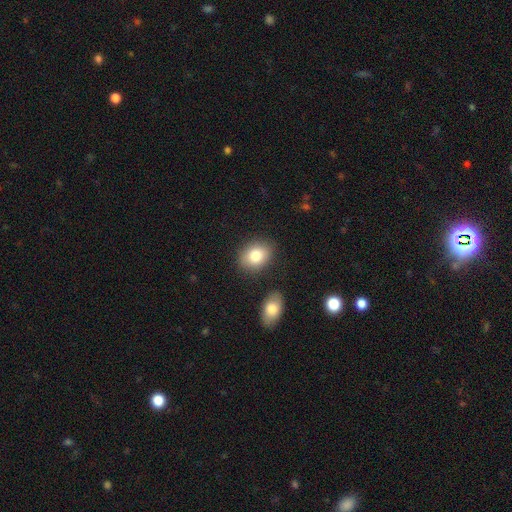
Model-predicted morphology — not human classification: A smooth galaxy with no disk features (82%) that is in between round and cigar-shaped (66%).

Vote fractions:
- Smooth or featured? smooth: 82% / featured or disk: 10% / star or artifact: 8%
- How rounded? in between: 66% / round: 33% / cigar-shaped: 1%
- Merging? none: 82% / minor disturbance: 11% / merger: 5% / major disturbance: 3%